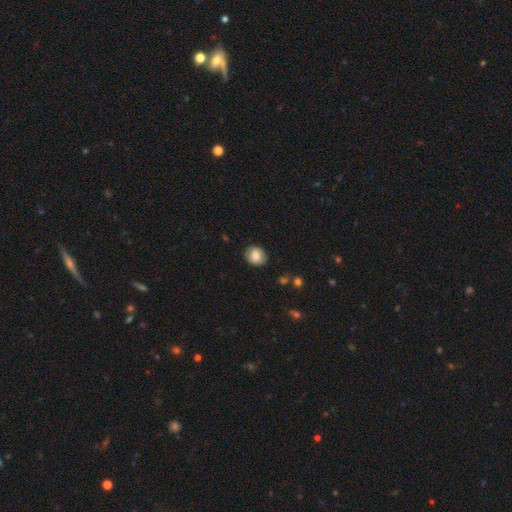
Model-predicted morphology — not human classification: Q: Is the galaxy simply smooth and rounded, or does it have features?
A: smooth — 84%.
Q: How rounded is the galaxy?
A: round — 63%.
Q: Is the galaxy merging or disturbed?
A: none — 87%.